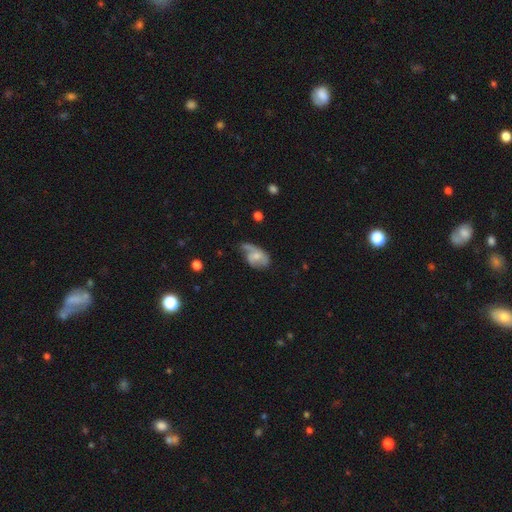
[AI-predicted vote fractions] A featured or disk galaxy (55%) with no bar (65%), spiral arms (75%) and a small central bulge (48%). Merging: minor disturbance (35%).